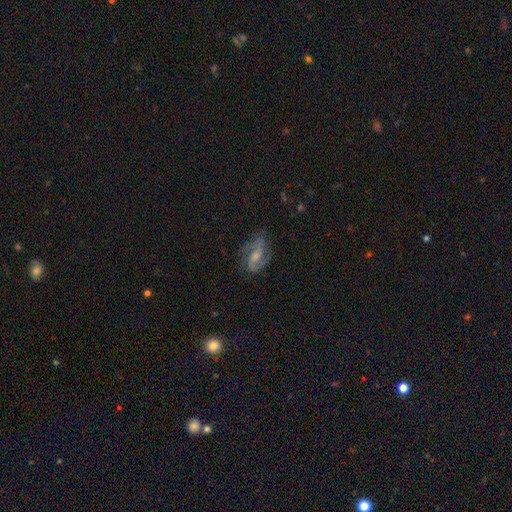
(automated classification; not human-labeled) A featured or disk galaxy (80%) with a weak bar (46%), 2 (84%) medium (49%) spiral arms (95%) and a moderate central bulge (40%).

Vote fractions:
- Smooth or featured? featured or disk: 80% / smooth: 13% / star or artifact: 7%
- Edge-on disk? no: 96% / yes: 4%
- Bar? weak: 46% / no: 31% / strong: 22%
- Spiral arms? yes: 95% / no: 5%
- Spiral winding? medium: 49% / loose: 34% / tight: 17%
- Spiral arm count? 2: 84% / can't tell: 6% / 3: 5% / 1: 3% / 4: 1% / more than 4: 1%
- Bulge size? moderate: 40% / small: 37% / none: 15% / large: 6% / dominant: 1%
- Merging? none: 69% / minor disturbance: 19% / major disturbance: 11% / merger: 2%